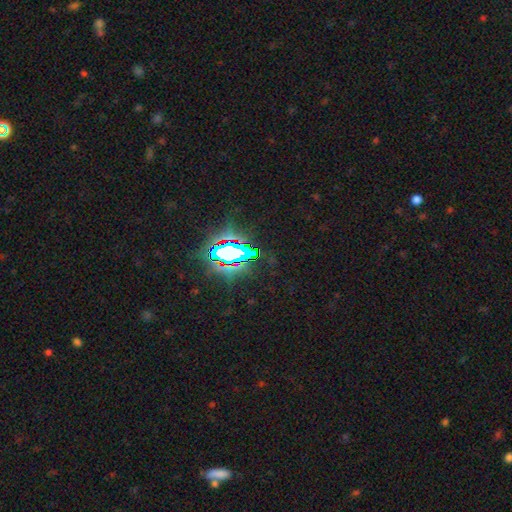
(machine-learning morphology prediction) Overall: star or artifact (82%).